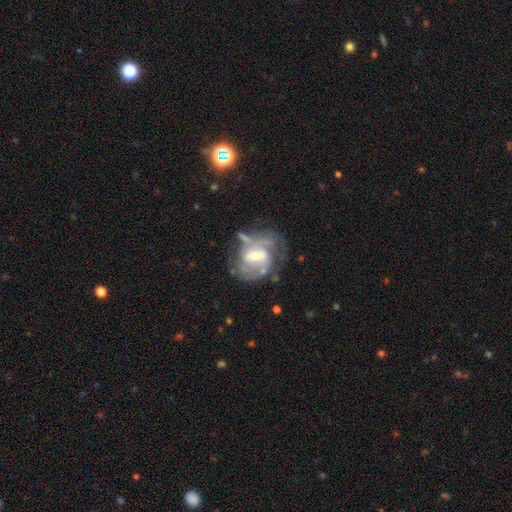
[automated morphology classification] A featured or disk galaxy (86%) with a weak bar (52%), 2 (51%) medium (45%) spiral arms (92%) and a moderate central bulge (53%).

Vote fractions:
- Smooth or featured? featured or disk: 86% / smooth: 9% / star or artifact: 6%
- Edge-on disk? no: 97% / yes: 3%
- Bar? weak: 52% / strong: 27% / no: 20%
- Spiral arms? yes: 92% / no: 8%
- Spiral winding? medium: 45% / tight: 40% / loose: 15%
- Spiral arm count? 2: 51% / can't tell: 21% / 3: 17% / 1: 4% / 4: 4% / more than 4: 3%
- Bulge size? moderate: 53% / small: 41% / large: 3% / none: 2% / dominant: 1%
- Merging? none: 57% / minor disturbance: 21% / major disturbance: 16% / merger: 6%